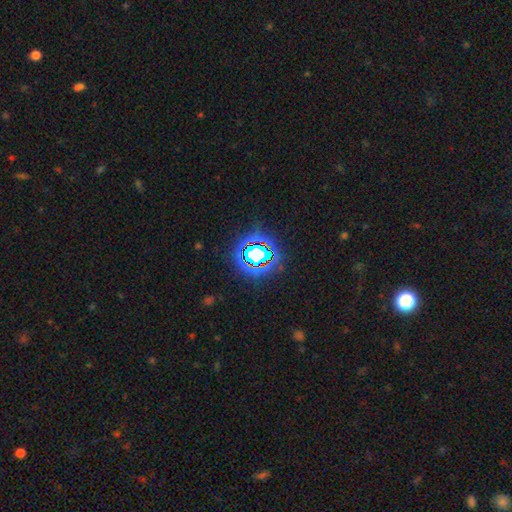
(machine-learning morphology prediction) smooth-or-featured: star or artifact: 70% | smooth: 18% | featured or disk: 12%